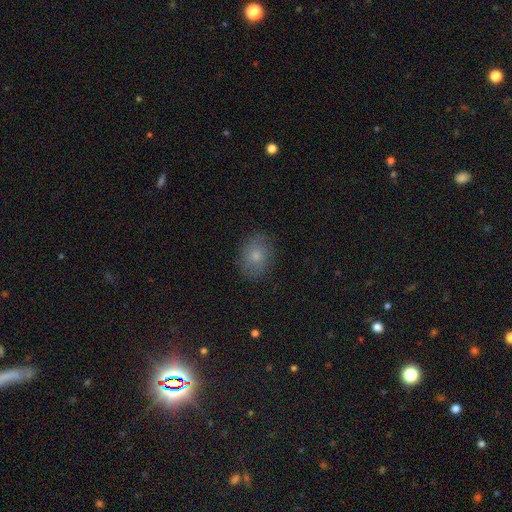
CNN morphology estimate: A smooth galaxy with no disk features (71%) that is in between round and cigar-shaped (57%). Merging: none (81%).